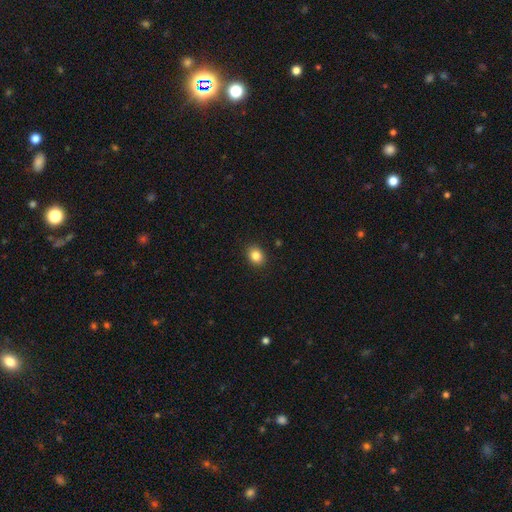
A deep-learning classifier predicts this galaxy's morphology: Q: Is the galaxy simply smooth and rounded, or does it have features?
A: smooth — 84%.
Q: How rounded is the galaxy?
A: round — 52%.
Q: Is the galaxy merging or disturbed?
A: none — 90%.